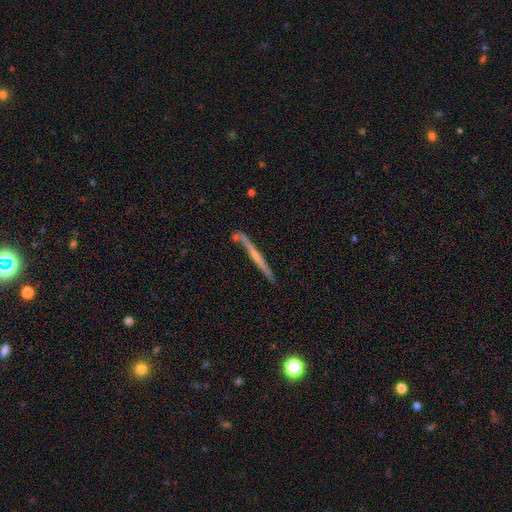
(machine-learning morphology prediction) type=featured or disk (69%); edge-on=yes (96%); edge-on bulge=rounded (47%); merging=none (78%).